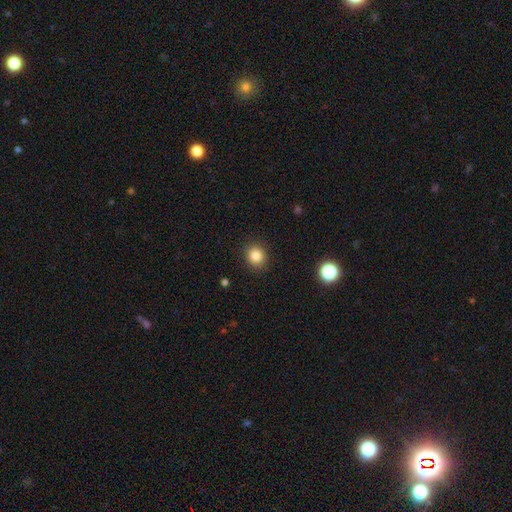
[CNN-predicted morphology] Q: Smooth or featured?
A: smooth (84%); runner-up: star or artifact (11%)
Q: How rounded?
A: round (83%); runner-up: in between (16%)
Q: Merging?
A: none (90%); runner-up: minor disturbance (7%)